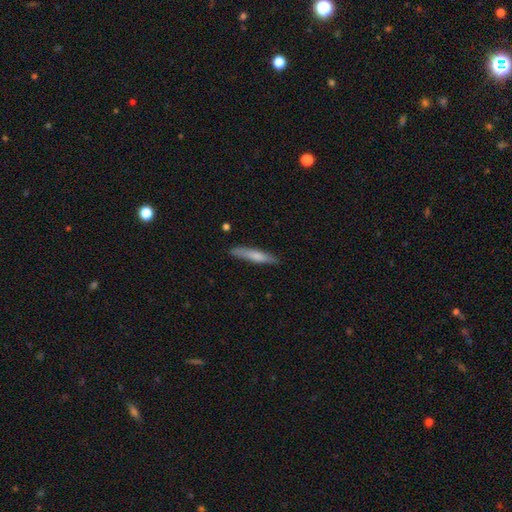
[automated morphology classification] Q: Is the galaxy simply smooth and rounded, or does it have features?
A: smooth — 67%.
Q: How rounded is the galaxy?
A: cigar-shaped — 91%.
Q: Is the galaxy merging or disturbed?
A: none — 85%.